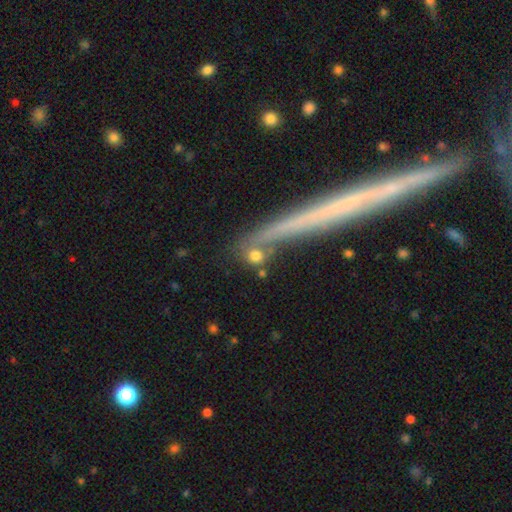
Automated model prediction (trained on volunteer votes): smooth_or_featured: smooth (p=0.70) [alt: star or artifact p=0.15]
how_rounded: round (p=0.72) [alt: in between p=0.16]
merging: none (p=0.63) [alt: merger p=0.17]